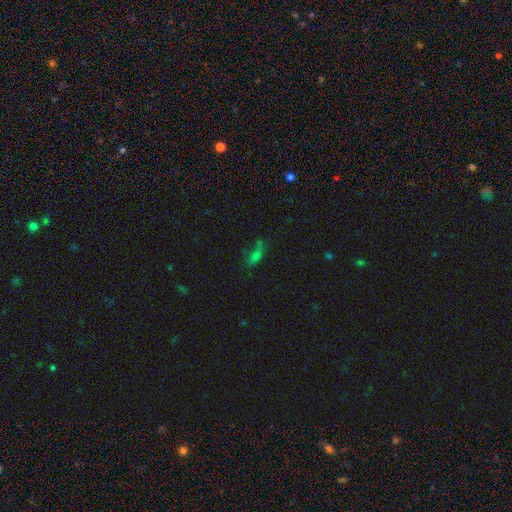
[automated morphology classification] Smooth or featured? Predicted: smooth (p=0.55). How rounded? Predicted: in between (p=0.62). Merging? Predicted: none (p=0.55).